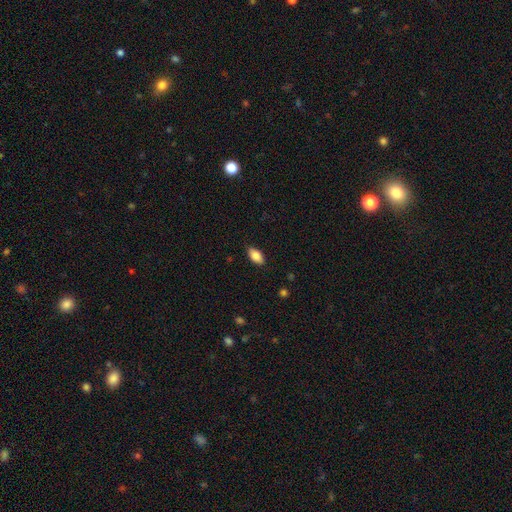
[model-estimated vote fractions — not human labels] A smooth galaxy with no disk features (85%) that is in between round and cigar-shaped (92%).

Vote fractions:
- Smooth or featured? smooth: 85% / featured or disk: 8% / star or artifact: 7%
- How rounded? in between: 92% / cigar-shaped: 4% / round: 4%
- Merging? none: 85% / minor disturbance: 11% / major disturbance: 2% / merger: 1%